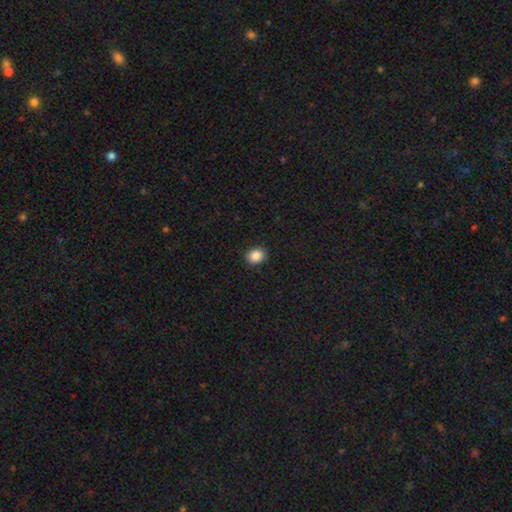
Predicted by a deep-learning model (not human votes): A smooth galaxy with no disk features (88%) that is round (61%).

Vote fractions:
- Smooth or featured? smooth: 88% / star or artifact: 9% / featured or disk: 3%
- How rounded? round: 61% / in between: 38% / cigar-shaped: 1%
- Merging? none: 90% / minor disturbance: 7% / major disturbance: 2% / merger: 1%